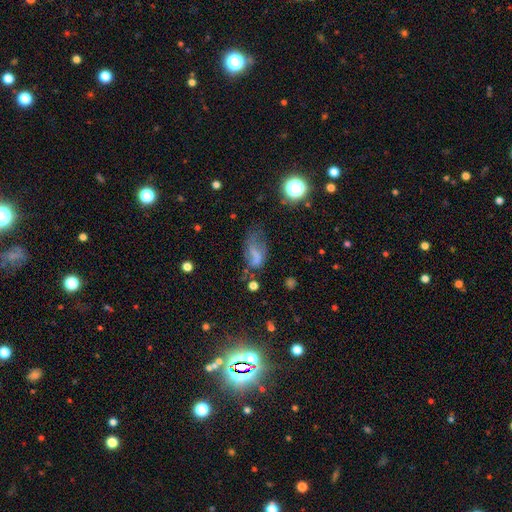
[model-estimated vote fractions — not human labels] Smooth or featured: smooth — 54% (featured or disk — 30%)
How rounded: in between — 87% (round — 8%)
Merging: major disturbance — 35% (none — 31%)